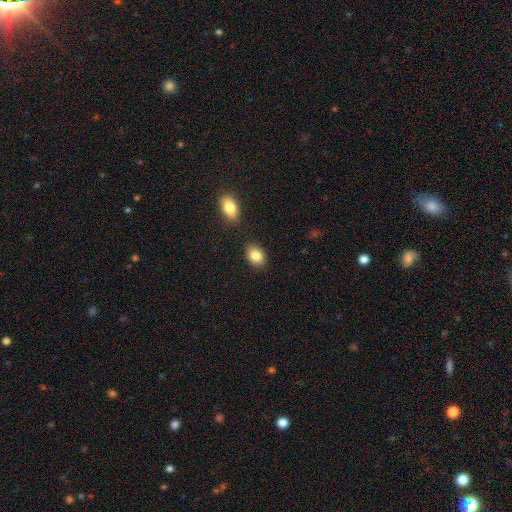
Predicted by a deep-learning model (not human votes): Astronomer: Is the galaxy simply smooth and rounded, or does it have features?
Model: smooth — 85%.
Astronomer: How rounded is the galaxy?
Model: in between — 80%.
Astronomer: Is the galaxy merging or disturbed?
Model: none — 84%.